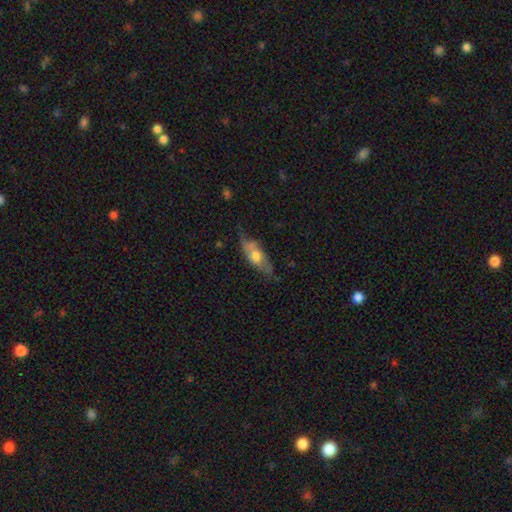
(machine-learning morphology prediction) A featured or disk galaxy (47%).

Vote fractions:
- Smooth or featured? featured or disk: 47% / smooth: 46% / star or artifact: 7%
- Merging? none: 54% / minor disturbance: 29% / major disturbance: 11% / merger: 5%